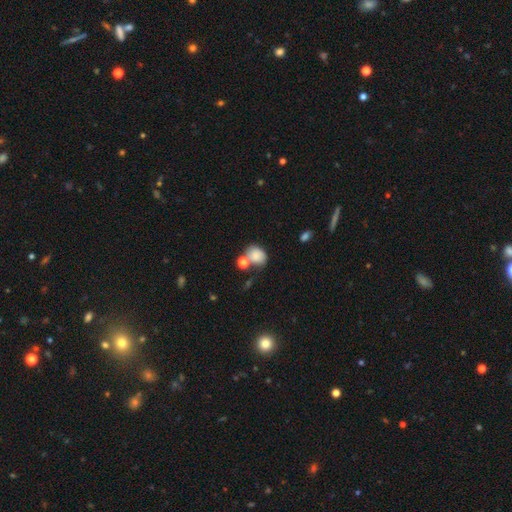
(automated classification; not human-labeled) Q: Smooth or featured?
A: smooth (81%); runner-up: star or artifact (10%)
Q: How rounded?
A: in between (52%); runner-up: round (47%)
Q: Merging?
A: none (50%); runner-up: merger (27%)